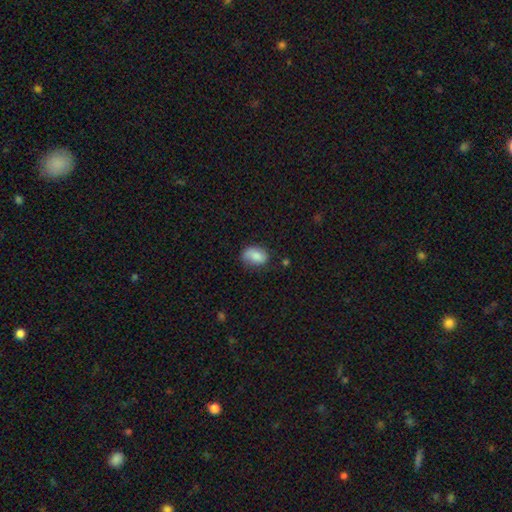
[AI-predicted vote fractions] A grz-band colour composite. It shows a smooth galaxy with no disk features (81%) that is in between round and cigar-shaped (79%). Merging: none (66%).